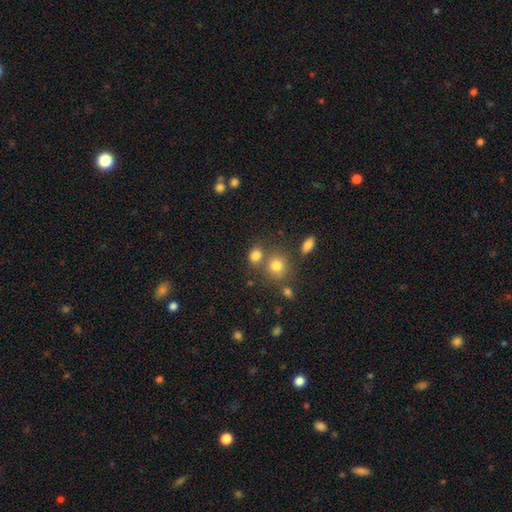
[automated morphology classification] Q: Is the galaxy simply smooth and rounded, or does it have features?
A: smooth — 79%.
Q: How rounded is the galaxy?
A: round — 61%.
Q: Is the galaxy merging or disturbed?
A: none — 60%.